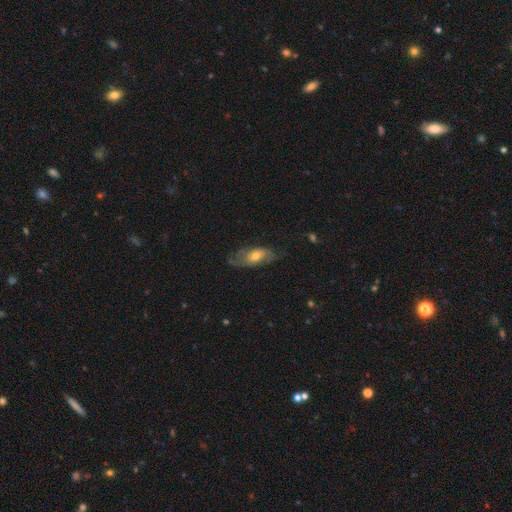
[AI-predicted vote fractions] A featured or disk galaxy (58%) with no bar (63%), spiral arms (75%) and a moderate central bulge (63%). Merging: none (55%).